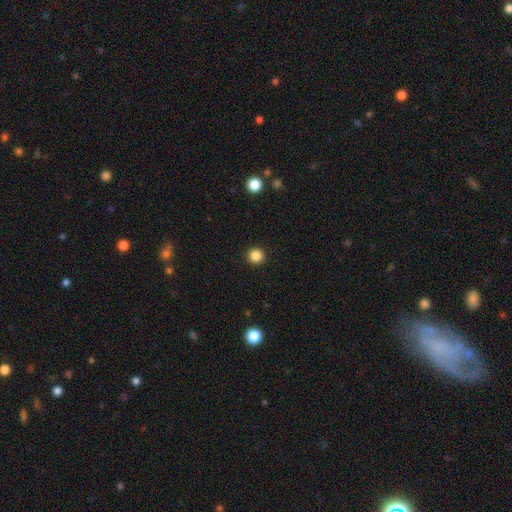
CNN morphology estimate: type=smooth (86%); roundness=round (95%); merging=none (93%).